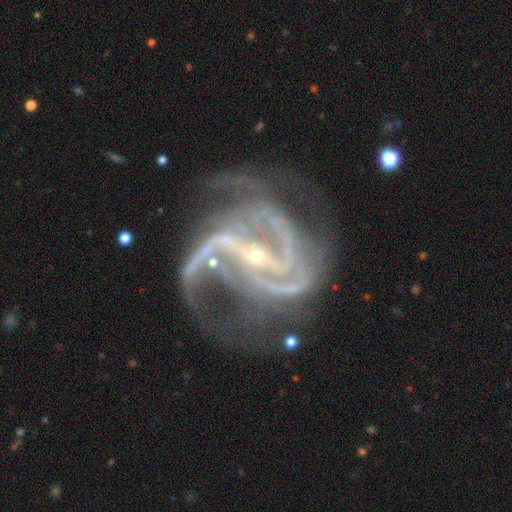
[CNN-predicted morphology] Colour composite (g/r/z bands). It shows a featured or disk galaxy (93%) with a strong bar (64%), 2 (32%) medium (55%) spiral arms (98%) and a small central bulge (85%). Merging: none (48%).